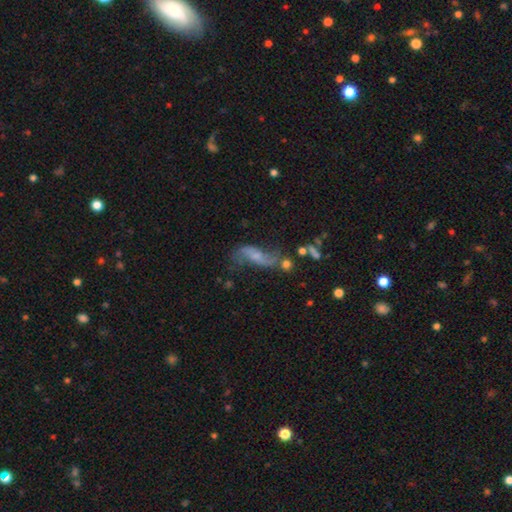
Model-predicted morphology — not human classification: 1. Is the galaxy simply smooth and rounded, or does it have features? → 62% featured or disk, 27% smooth, 11% star or artifact.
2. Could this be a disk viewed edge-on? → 88% no, 12% yes.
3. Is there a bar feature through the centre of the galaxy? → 55% no, 34% weak, 12% strong.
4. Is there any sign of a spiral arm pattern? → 82% yes, 18% no.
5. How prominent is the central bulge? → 42% small, 28% none, 24% moderate, 4% large, 2% dominant.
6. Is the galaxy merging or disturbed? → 42% none, 22% major disturbance, 21% minor disturbance, 15% merger.